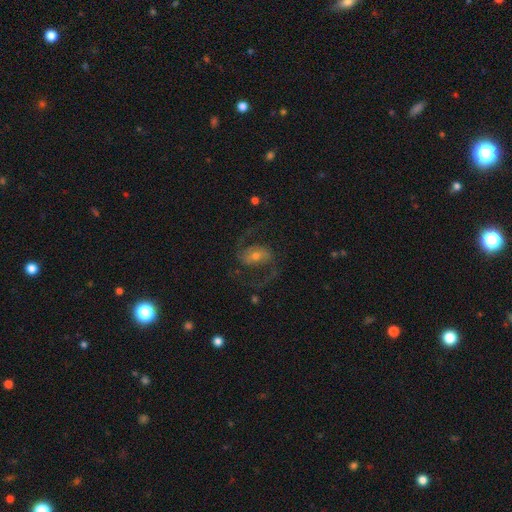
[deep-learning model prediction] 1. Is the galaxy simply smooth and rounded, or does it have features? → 83% featured or disk, 10% smooth, 7% star or artifact.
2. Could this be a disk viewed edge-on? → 97% no, 3% yes.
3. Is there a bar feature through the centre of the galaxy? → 41% weak, 34% no, 26% strong.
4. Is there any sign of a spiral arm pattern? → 95% yes, 5% no.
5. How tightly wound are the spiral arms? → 51% medium, 40% loose, 10% tight.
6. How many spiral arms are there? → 93% 2, 2% can't tell, 2% 1, 1% 3, 1% 4, 1% more than 4.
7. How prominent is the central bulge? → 49% moderate, 42% small, 6% large, 2% none, 1% dominant.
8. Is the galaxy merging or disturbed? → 72% none, 14% major disturbance, 12% minor disturbance, 2% merger.